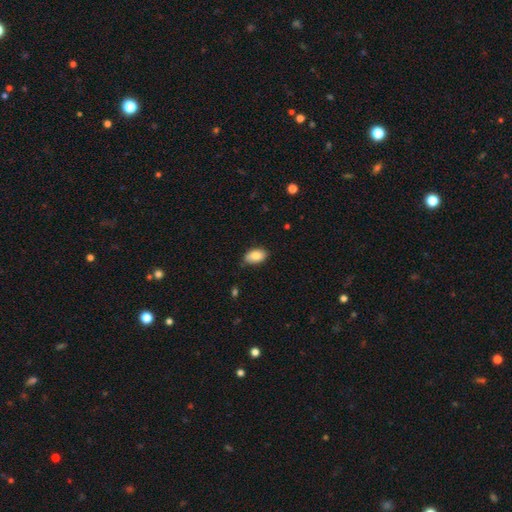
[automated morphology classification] Overall: smooth (83%). How rounded: in between (92%). Merging: none (78%).